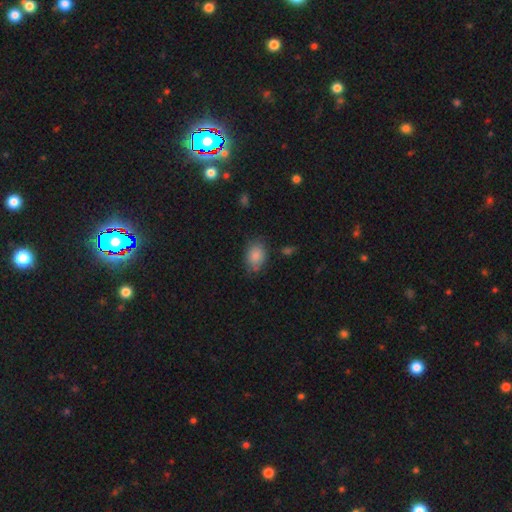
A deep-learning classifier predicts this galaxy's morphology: type=smooth (86%); roundness=in between (76%); merging=none (72%).